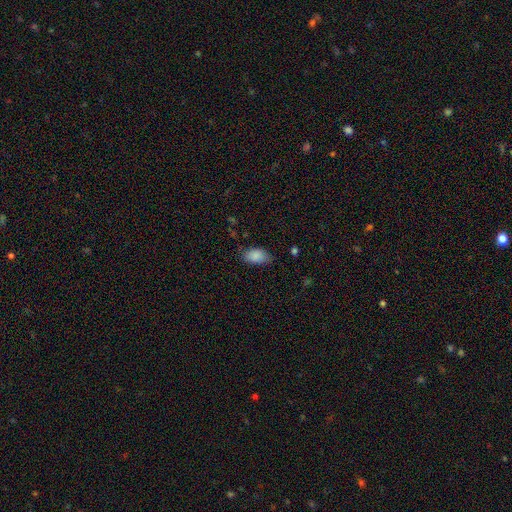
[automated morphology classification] Smooth or featured: smooth — 88% (star or artifact — 7%)
How rounded: in between — 92% (round — 6%)
Merging: none — 72% (minor disturbance — 22%)